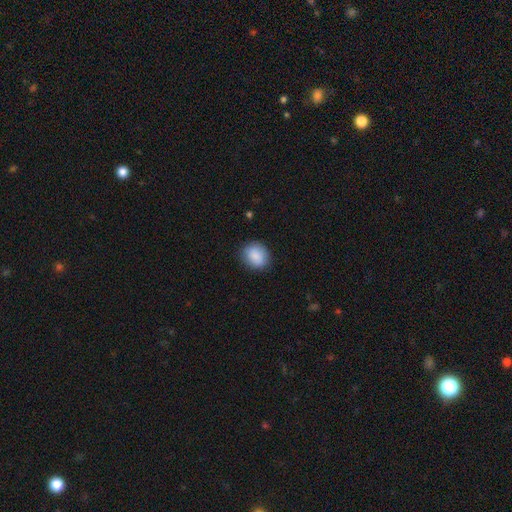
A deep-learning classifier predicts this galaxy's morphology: Overall: smooth (88%). How rounded: round (62%; in between 37%). Merging: none (84%).